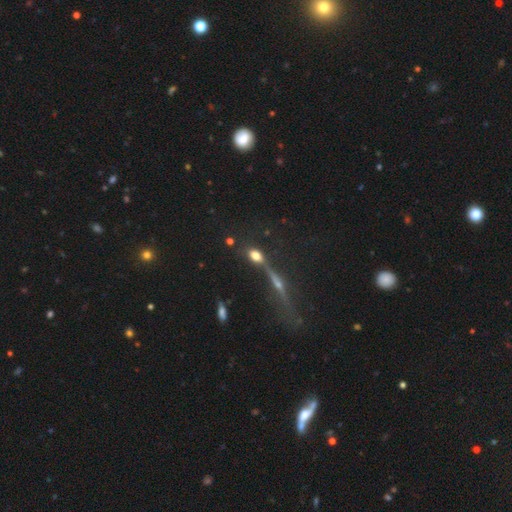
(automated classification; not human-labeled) Morphology: type=smooth (63%); roundness=in between (64%); merging=none (60%).